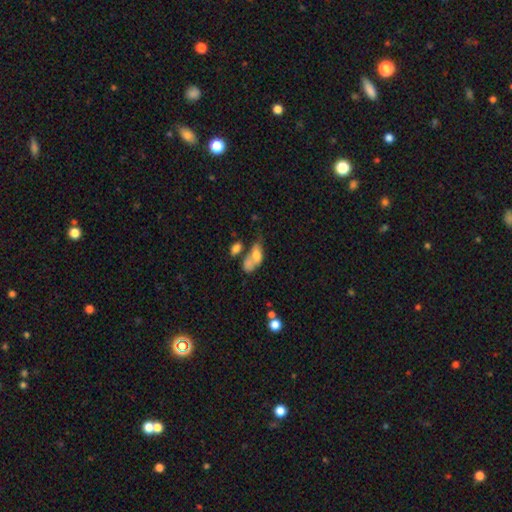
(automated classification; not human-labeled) smooth-or-featured: smooth: 65% | featured or disk: 25% | star or artifact: 10%
  how-rounded: in between: 83% | cigar-shaped: 9% | round: 8%
  merging: merger: 45% | none: 21% | major disturbance: 18% | minor disturbance: 16%